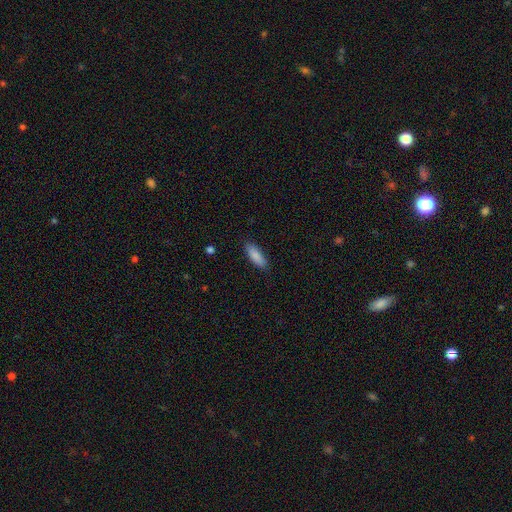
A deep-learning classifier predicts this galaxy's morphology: A smooth galaxy with no disk features (88%) that is in between round and cigar-shaped (61%). Merging: none (87%).